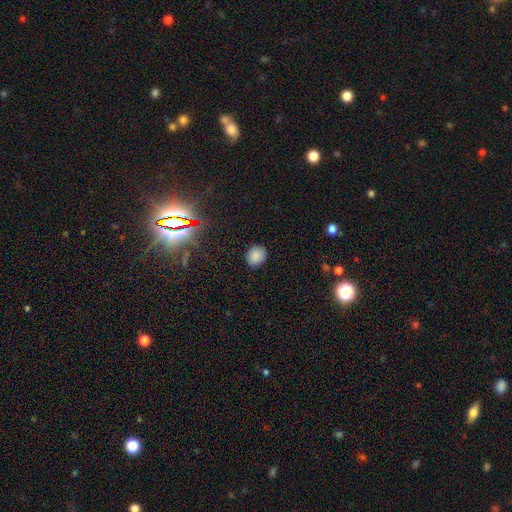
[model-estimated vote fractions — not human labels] Overall: smooth (83%). How rounded: round (68%; in between 31%). Merging: none (88%).